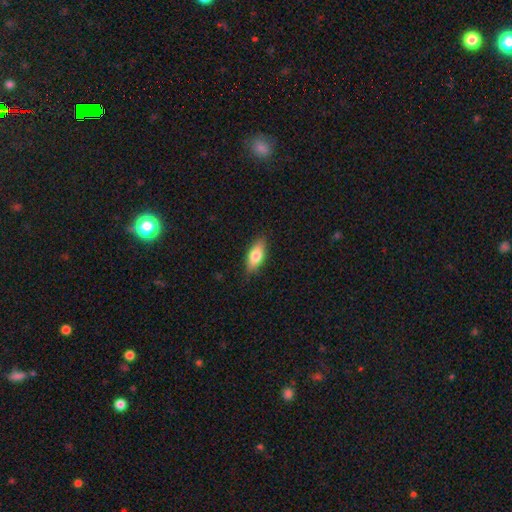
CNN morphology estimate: A smooth galaxy with no disk features (75%) that is in between round and cigar-shaped (80%). Merging: none (86%).